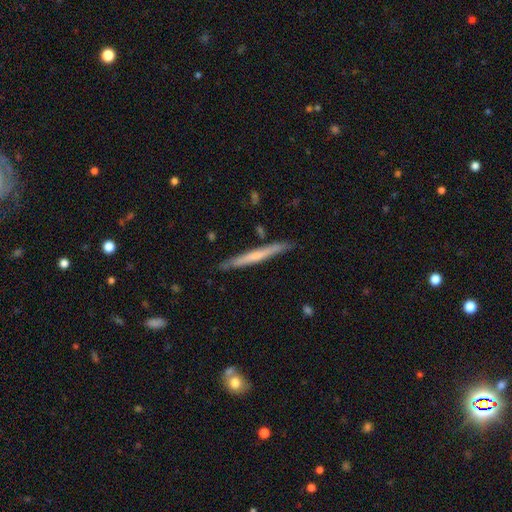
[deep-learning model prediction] The model was most divided on "smooth or featured": smooth: 49%, featured or disk: 46%, star or artifact: 5%. More confident: merging — none (86%).